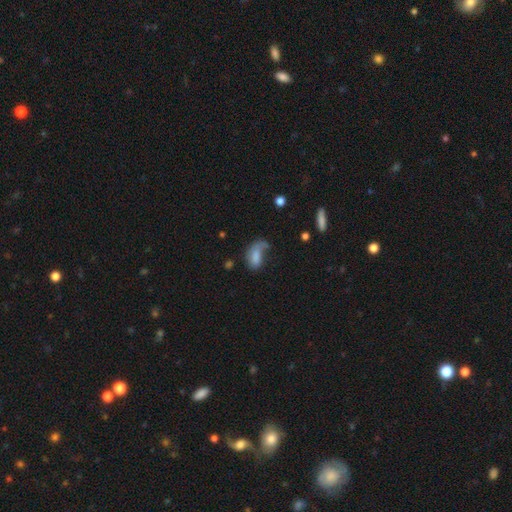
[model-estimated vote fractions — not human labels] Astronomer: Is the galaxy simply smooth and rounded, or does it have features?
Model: smooth — 69%.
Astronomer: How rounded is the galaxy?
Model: in between — 89%.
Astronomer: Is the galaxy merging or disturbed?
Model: major disturbance — 40% (runner-up: none, 28%).